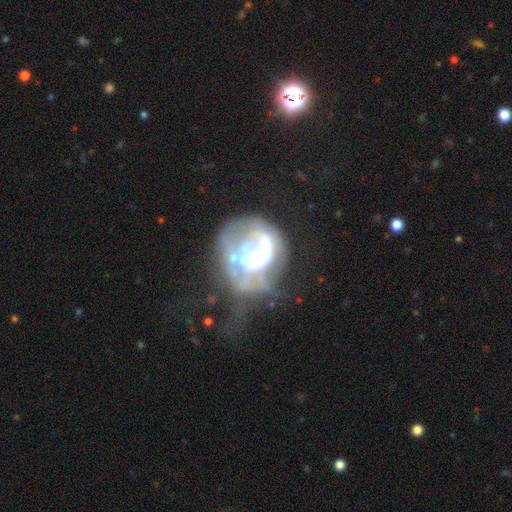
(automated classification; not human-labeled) Smooth or featured? Predicted: featured or disk (p=0.66). Edge-on disk? Predicted: no (p=0.98). Bar? Predicted: no (p=0.73). Spiral arms? Predicted: no (p=0.72). Bulge size? Predicted: moderate (p=0.35). Merging? Predicted: major disturbance (p=0.45).